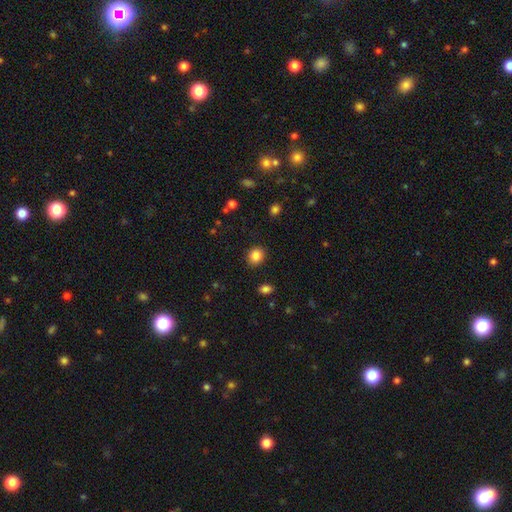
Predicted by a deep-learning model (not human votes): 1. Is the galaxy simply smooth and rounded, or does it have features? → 85% smooth, 10% star or artifact, 5% featured or disk.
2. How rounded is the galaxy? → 73% round, 26% in between, 1% cigar-shaped.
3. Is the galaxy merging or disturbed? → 88% none, 8% minor disturbance, 2% major disturbance, 1% merger.